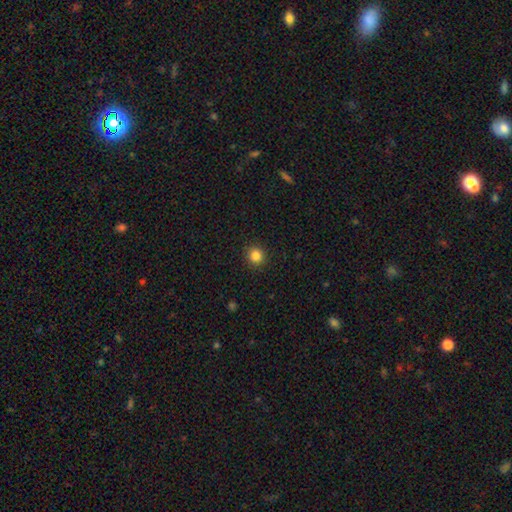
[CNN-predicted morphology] smooth-or-featured: smooth: 84% | star or artifact: 12% | featured or disk: 4%
  how-rounded: round: 92% | in between: 7% | cigar-shaped: 1%
  merging: none: 92% | minor disturbance: 6% | major disturbance: 2% | merger: 1%